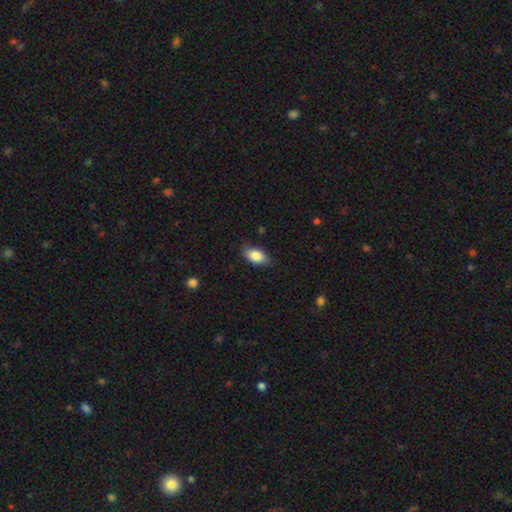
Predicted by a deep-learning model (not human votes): smooth 85%, featured or disk 8%, star or artifact 7%. Down the decision tree: how rounded — in between (91%); merging — none (82%).